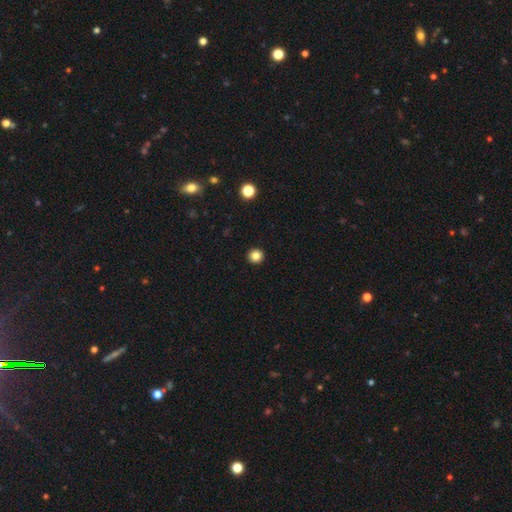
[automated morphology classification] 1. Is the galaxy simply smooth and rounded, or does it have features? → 84% smooth, 12% star or artifact, 4% featured or disk.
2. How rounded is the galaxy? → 94% round, 5% in between, 1% cigar-shaped.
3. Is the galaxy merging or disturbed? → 94% none, 4% minor disturbance, 1% major disturbance, 1% merger.